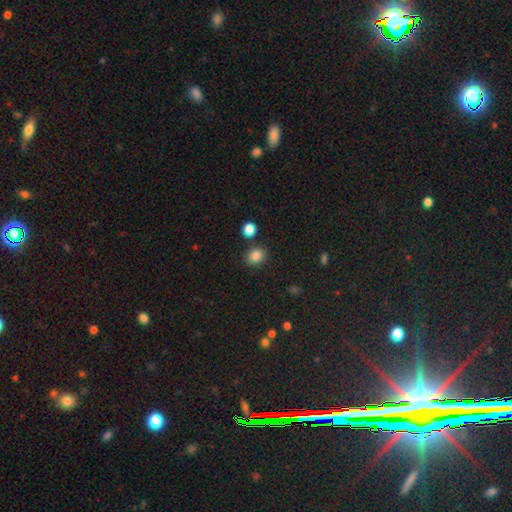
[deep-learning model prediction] Smooth or featured? smooth (85%)
How rounded? round (61%)
Merging? none (84%)